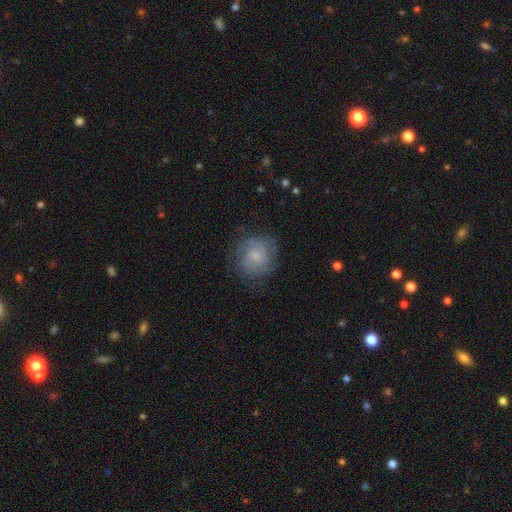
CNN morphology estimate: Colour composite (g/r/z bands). It shows a featured or disk galaxy (47%). Merging: none (75%).